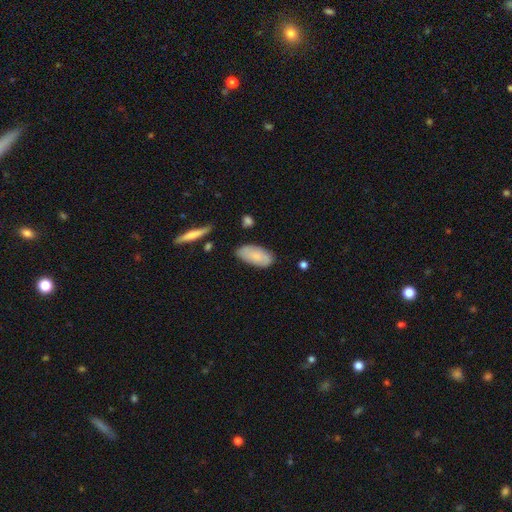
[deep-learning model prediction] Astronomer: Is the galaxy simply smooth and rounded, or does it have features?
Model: smooth — 78%.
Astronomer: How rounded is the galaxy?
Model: in between — 91%.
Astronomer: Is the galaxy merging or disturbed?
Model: none — 77%.